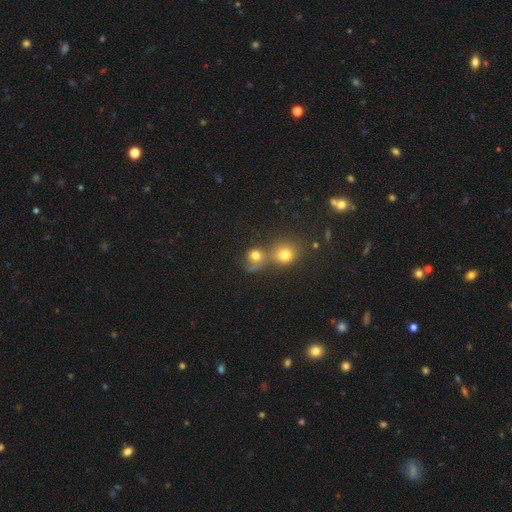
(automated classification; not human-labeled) The model was most divided on "merging": merger: 44%, none: 38%, minor disturbance: 10%, major disturbance: 8%. More confident: how rounded — round (83%); smooth or featured — smooth (71%).